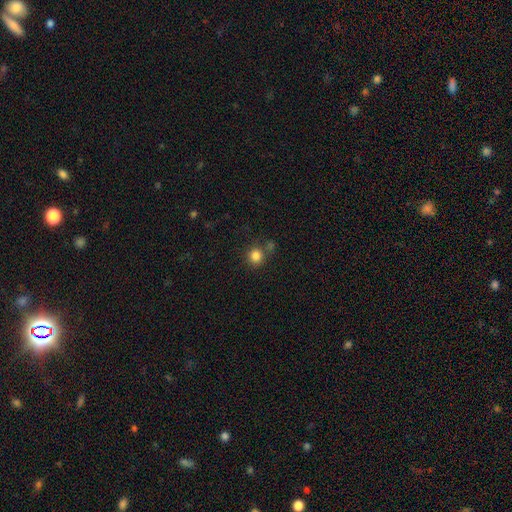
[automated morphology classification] smooth-or-featured: smooth: 84% | star or artifact: 12% | featured or disk: 5%
  how-rounded: round: 89% | in between: 10% | cigar-shaped: 1%
  merging: none: 73% | merger: 13% | minor disturbance: 10% | major disturbance: 4%